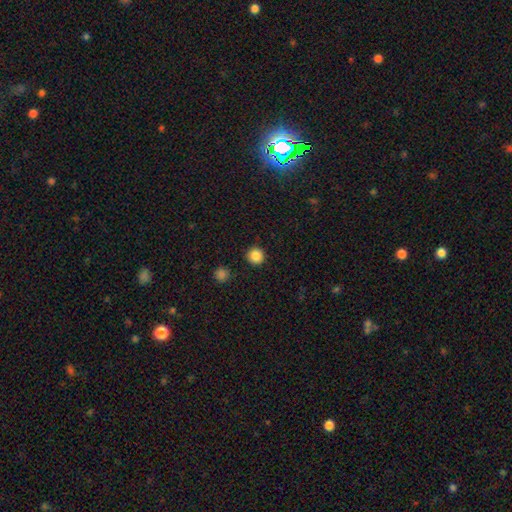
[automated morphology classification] type=smooth (86%); roundness=round (95%); merging=none (92%).